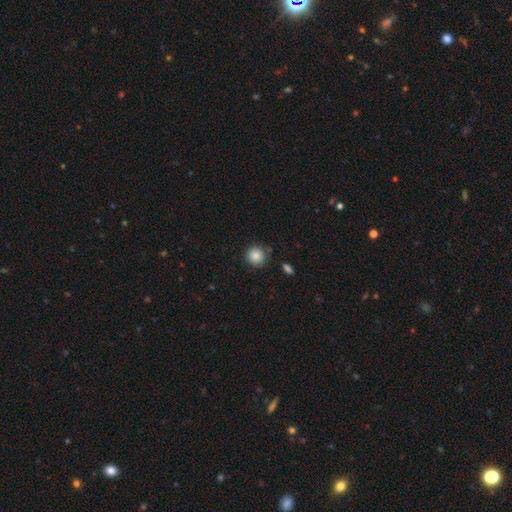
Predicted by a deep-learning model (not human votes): Overall: smooth (87%). How rounded: round (92%). Merging: none (84%).